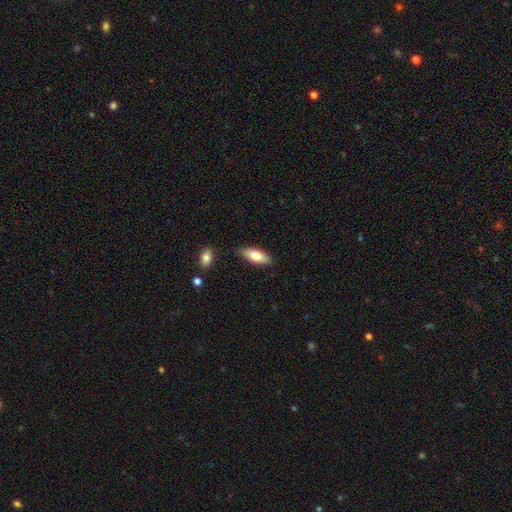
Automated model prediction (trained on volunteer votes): Smooth or featured?
  - smooth: 77% *
  - featured or disk: 17%
  - star or artifact: 6%
How rounded?
  - in between: 72% *
  - cigar-shaped: 25%
  - round: 2%
Merging?
  - none: 82% *
  - minor disturbance: 13%
  - merger: 2%
  - major disturbance: 2%